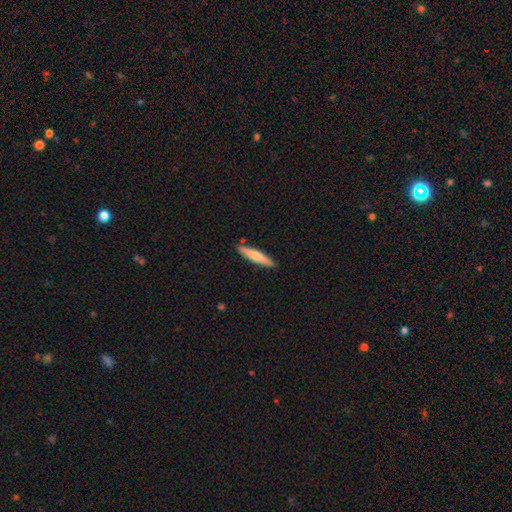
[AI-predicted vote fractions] Overall: smooth (70%). How rounded: cigar-shaped (89%). Merging: none (87%).